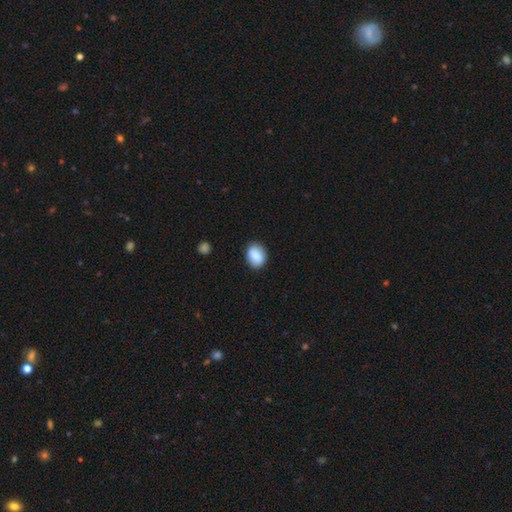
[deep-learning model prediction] Smooth or featured? Predicted: smooth (p=0.87). How rounded? Predicted: in between (p=0.67). Merging? Predicted: none (p=0.85).